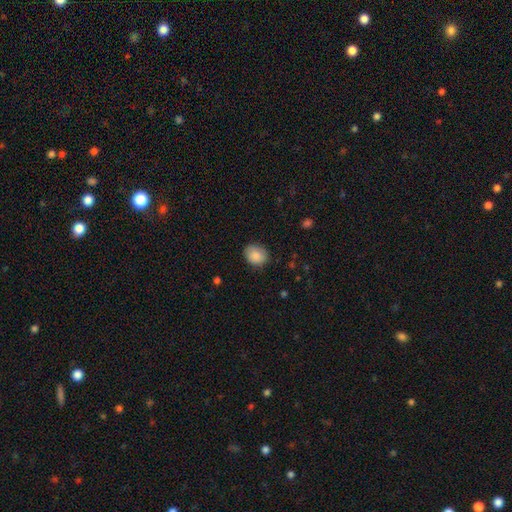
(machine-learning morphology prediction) Smooth or featured? smooth (88%)
How rounded? round (55%)
Merging? none (81%)